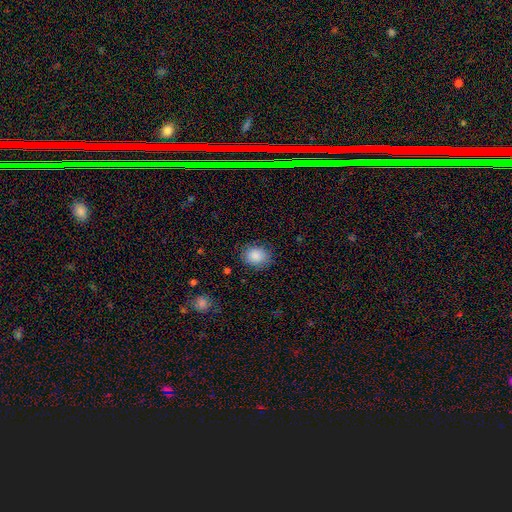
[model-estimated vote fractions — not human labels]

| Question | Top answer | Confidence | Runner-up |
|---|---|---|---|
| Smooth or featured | smooth | 87% | star or artifact (8%) |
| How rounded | round | 51% | in between (48%) |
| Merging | none | 84% | minor disturbance (12%) |